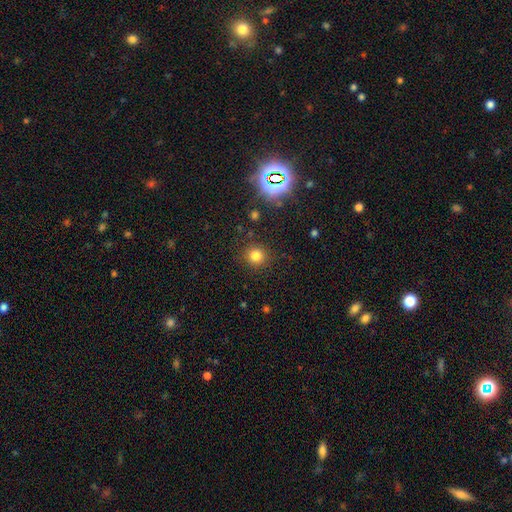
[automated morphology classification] Smooth or featured? smooth (77%)
How rounded? round (92%)
Merging? none (88%)